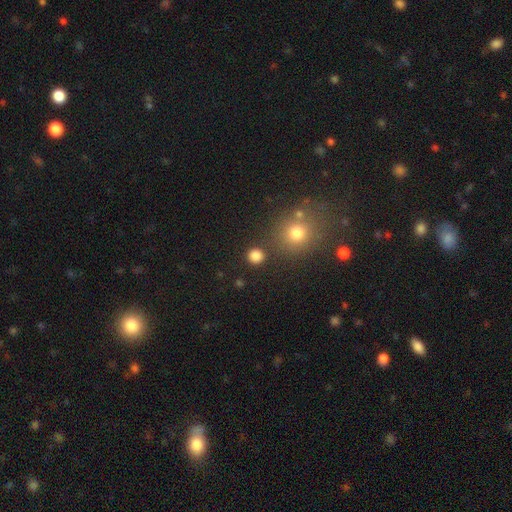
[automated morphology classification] smooth_or_featured: smooth (p=0.83) [alt: star or artifact p=0.13]
how_rounded: round (p=0.91) [alt: in between p=0.08]
merging: none (p=0.87) [alt: minor disturbance p=0.06]